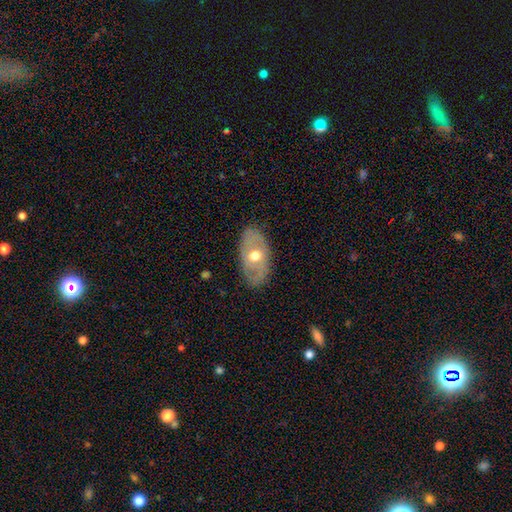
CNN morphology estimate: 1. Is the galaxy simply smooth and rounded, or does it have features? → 50% featured or disk, 44% smooth, 6% star or artifact.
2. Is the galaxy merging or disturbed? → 81% none, 14% minor disturbance, 4% major disturbance, 1% merger.